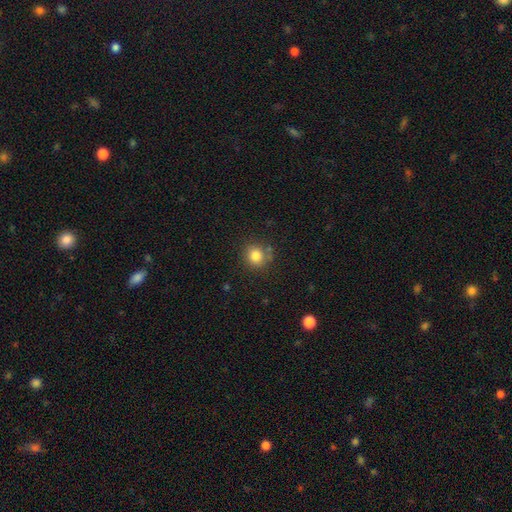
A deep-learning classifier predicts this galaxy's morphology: This is clearly a smooth galaxy (82%). How rounded: clearly round (85%). Merging: likely none (79%).